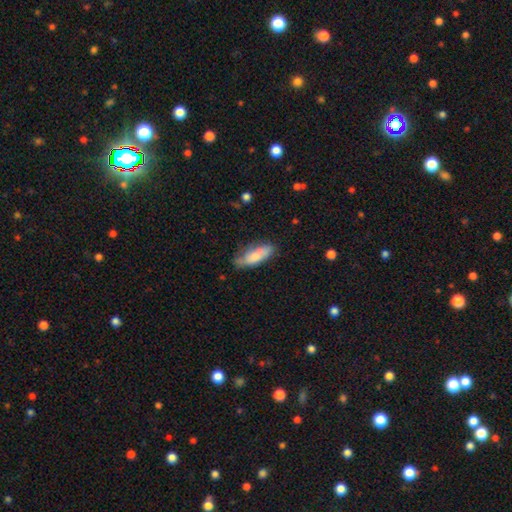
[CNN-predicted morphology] smooth-or-featured: smooth: 68% | featured or disk: 26% | star or artifact: 6%
  how-rounded: in between: 71% | cigar-shaped: 26% | round: 2%
  merging: none: 61% | minor disturbance: 29% | major disturbance: 7% | merger: 3%